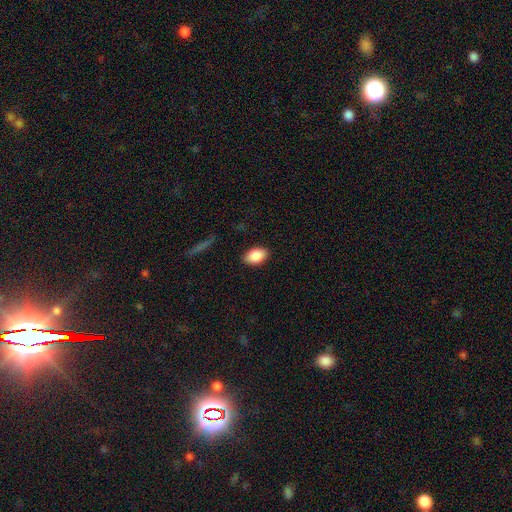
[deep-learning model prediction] smooth-or-featured: smooth: 88% | star or artifact: 7% | featured or disk: 5%
  how-rounded: in between: 90% | round: 8% | cigar-shaped: 1%
  merging: none: 88% | minor disturbance: 9% | major disturbance: 2% | merger: 1%